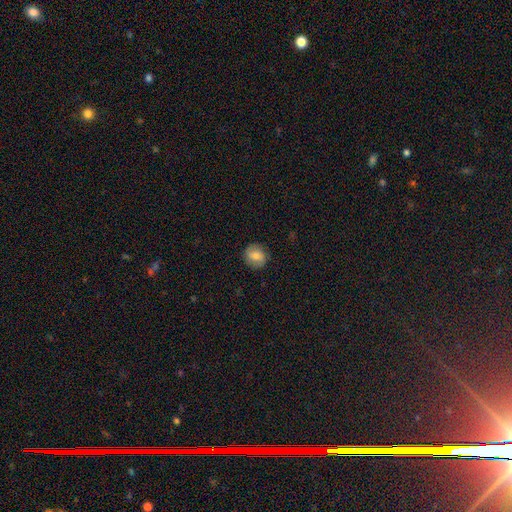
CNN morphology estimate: Overall: smooth (71%). How rounded: round (83%). Merging: none (87%).